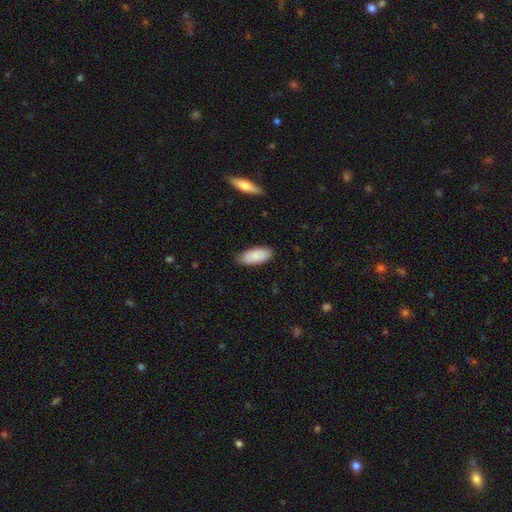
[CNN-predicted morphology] A smooth galaxy with no disk features (87%) that is in between round and cigar-shaped (87%).

Vote fractions:
- Smooth or featured? smooth: 87% / featured or disk: 7% / star or artifact: 6%
- How rounded? in between: 87% / cigar-shaped: 11% / round: 2%
- Merging? none: 83% / minor disturbance: 13% / major disturbance: 2% / merger: 1%